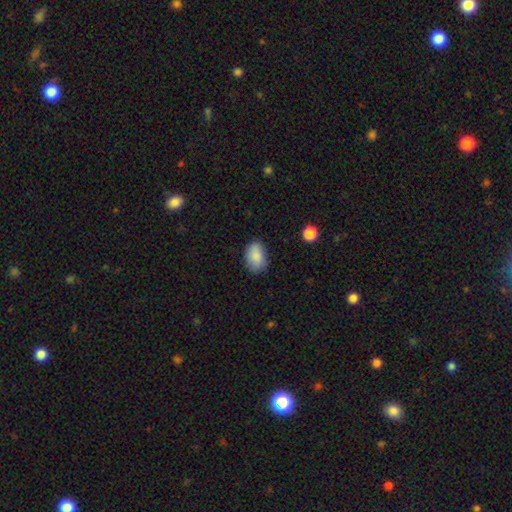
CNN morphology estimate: Q: Smooth or featured?
A: smooth (86%); runner-up: star or artifact (7%)
Q: How rounded?
A: in between (86%); runner-up: round (13%)
Q: Merging?
A: none (78%); runner-up: minor disturbance (17%)